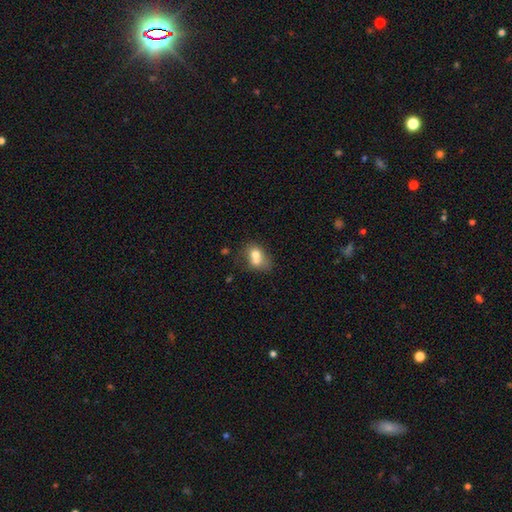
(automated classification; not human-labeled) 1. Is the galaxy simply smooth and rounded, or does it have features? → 68% smooth, 22% featured or disk, 10% star or artifact.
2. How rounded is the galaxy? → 56% in between, 43% round, 1% cigar-shaped.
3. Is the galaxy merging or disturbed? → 56% merger, 26% none, 11% minor disturbance, 6% major disturbance.